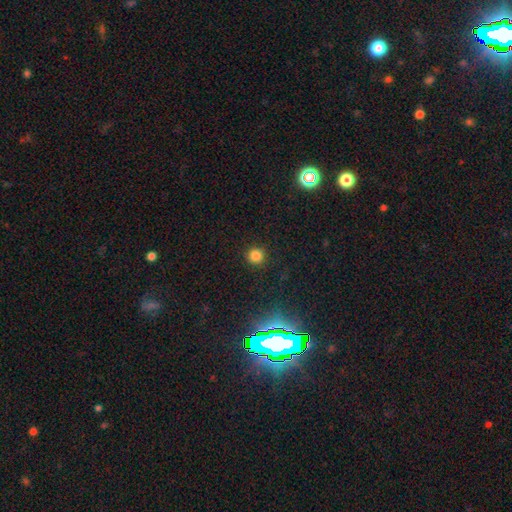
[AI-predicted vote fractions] A smooth galaxy with no disk features (80%) that is round (93%). Merging: none (90%).